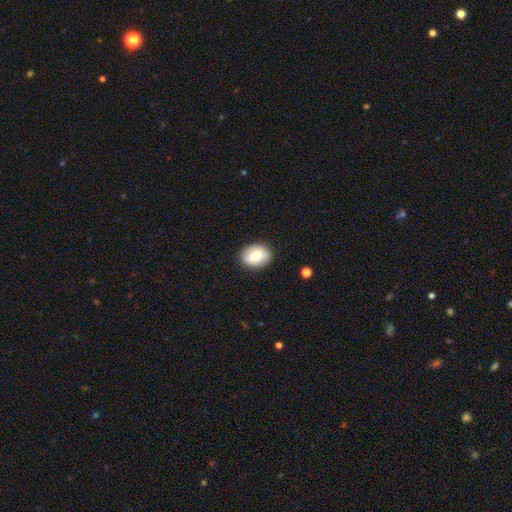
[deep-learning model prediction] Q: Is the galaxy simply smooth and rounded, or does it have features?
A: smooth — 75%.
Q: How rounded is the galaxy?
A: in between — 61%.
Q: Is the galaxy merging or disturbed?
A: none — 88%.